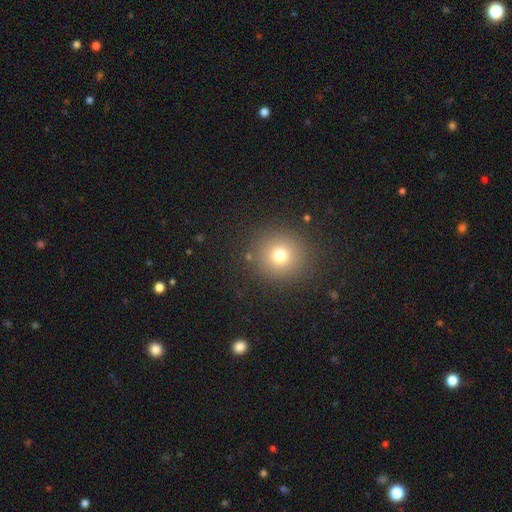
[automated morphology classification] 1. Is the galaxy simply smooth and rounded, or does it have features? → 69% smooth, 23% star or artifact, 8% featured or disk.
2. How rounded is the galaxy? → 93% round, 6% in between, 1% cigar-shaped.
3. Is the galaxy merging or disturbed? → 91% none, 5% minor disturbance, 2% major disturbance, 1% merger.